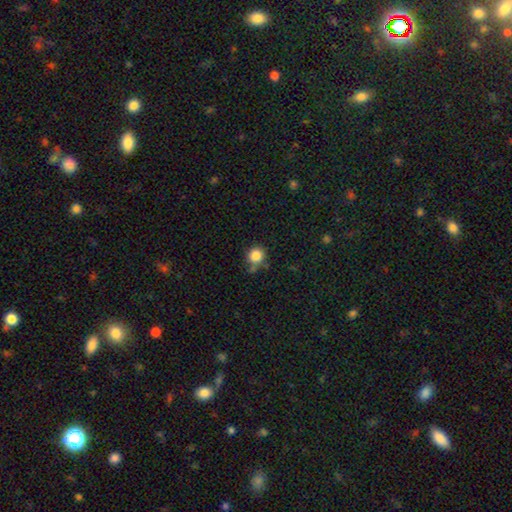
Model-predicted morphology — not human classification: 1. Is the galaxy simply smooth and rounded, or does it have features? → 85% smooth, 11% star or artifact, 4% featured or disk.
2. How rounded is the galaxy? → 91% round, 8% in between, 1% cigar-shaped.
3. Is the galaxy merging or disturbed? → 69% none, 17% minor disturbance, 9% merger, 5% major disturbance.